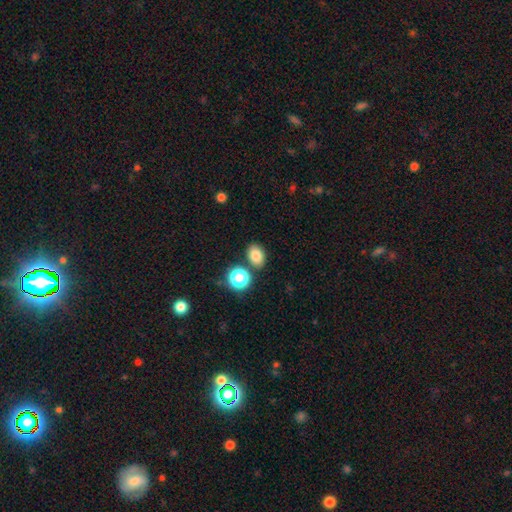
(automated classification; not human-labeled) Smooth or featured? Predicted: smooth (p=0.80). How rounded? Predicted: in between (p=0.66). Merging? Predicted: none (p=0.78).